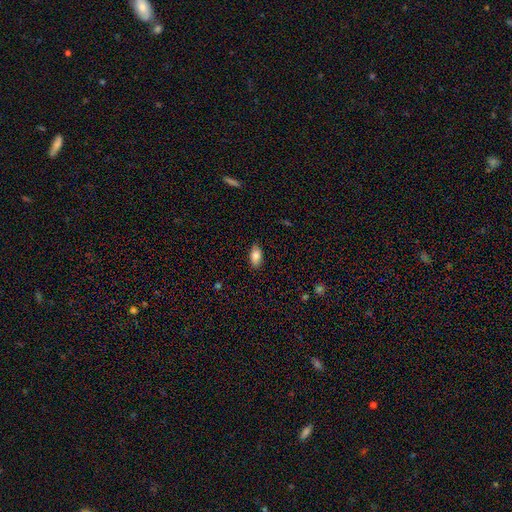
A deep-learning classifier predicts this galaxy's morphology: This is clearly a smooth galaxy (86%). How rounded: clearly in between (91%). Merging: clearly none (85%).